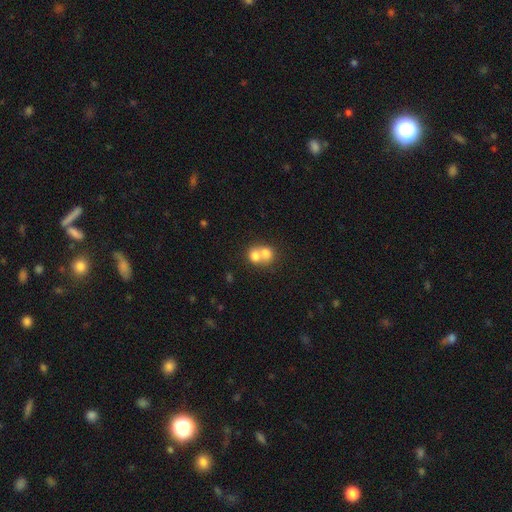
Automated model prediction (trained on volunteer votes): smooth-or-featured: smooth: 72% | featured or disk: 19% | star or artifact: 10%
  how-rounded: round: 68% | in between: 31% | cigar-shaped: 1%
  merging: merger: 70% | none: 22% | minor disturbance: 5% | major disturbance: 3%